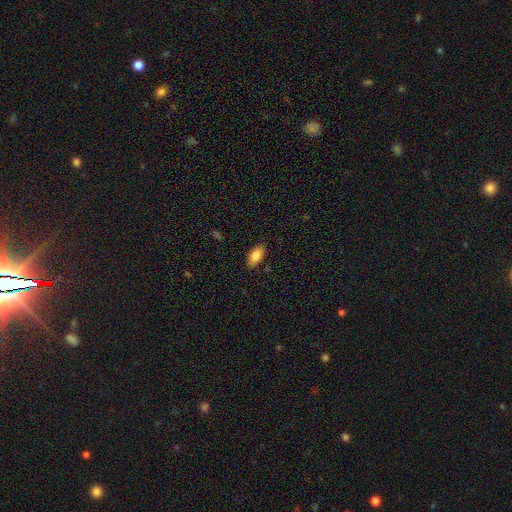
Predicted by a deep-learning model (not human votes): Morphology: type=smooth (86%); roundness=in between (90%); merging=none (86%).